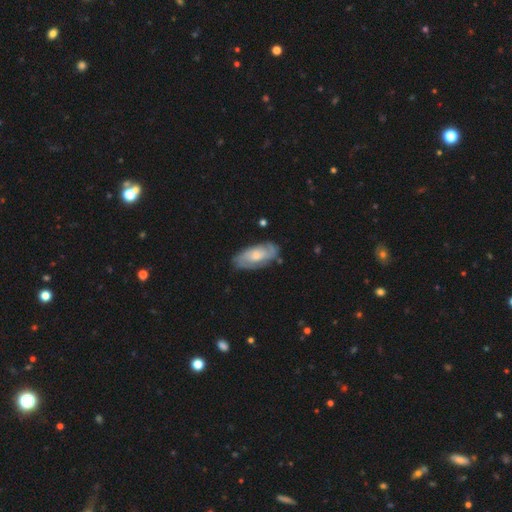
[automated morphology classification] This is likely a featured or disk galaxy (68%). It is clearly not viewed edge-on (92%). Bar: likely no (67%). Spiral arm pattern: clearly yes (88%). Spiral arm count: possibly 2 (54%). Spiral winding: possibly tight (52%). Central bulge: possibly moderate (52%). Merging: likely none (77%).